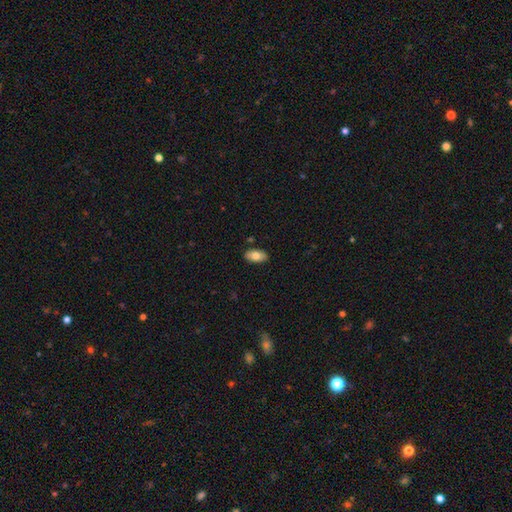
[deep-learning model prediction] smooth-or-featured: smooth: 77% | featured or disk: 17% | star or artifact: 7%
  how-rounded: in between: 93% | round: 3% | cigar-shaped: 3%
  merging: none: 88% | minor disturbance: 9% | major disturbance: 2% | merger: 2%